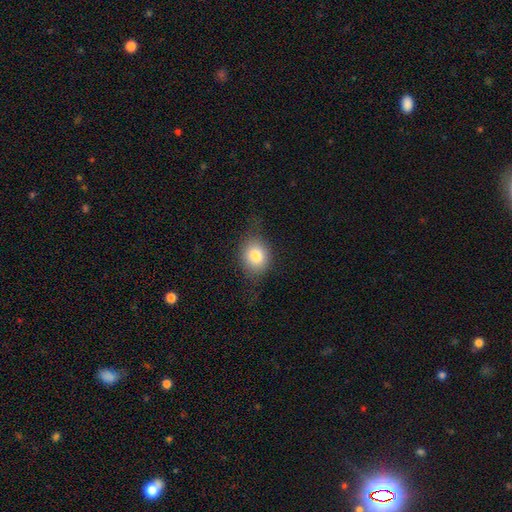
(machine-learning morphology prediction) A smooth galaxy with no disk features (80%) that is round (62%). Merging: none (74%).